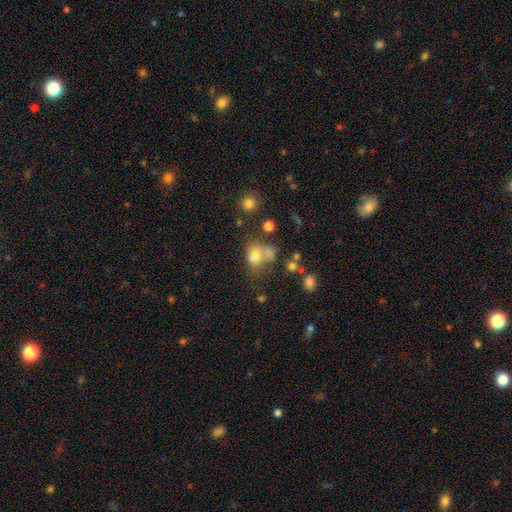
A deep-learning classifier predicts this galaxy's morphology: Q: Smooth or featured?
A: smooth (70%); runner-up: star or artifact (16%)
Q: How rounded?
A: round (51%); runner-up: in between (48%)
Q: Merging?
A: merger (37%); runner-up: none (36%)